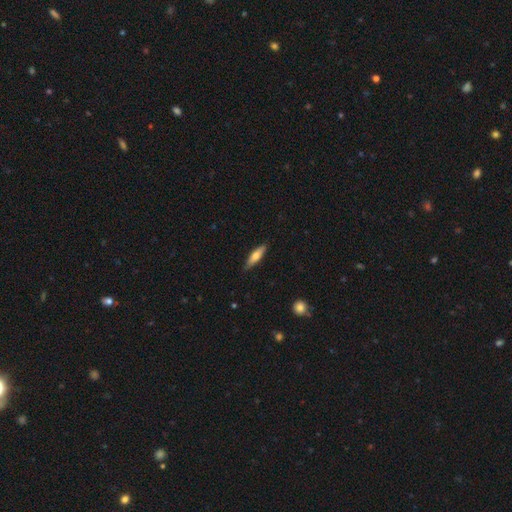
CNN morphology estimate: smooth-or-featured: smooth: 61% | featured or disk: 33% | star or artifact: 6%
  how-rounded: cigar-shaped: 69% | in between: 29% | round: 2%
  merging: none: 85% | minor disturbance: 12% | major disturbance: 2% | merger: 1%